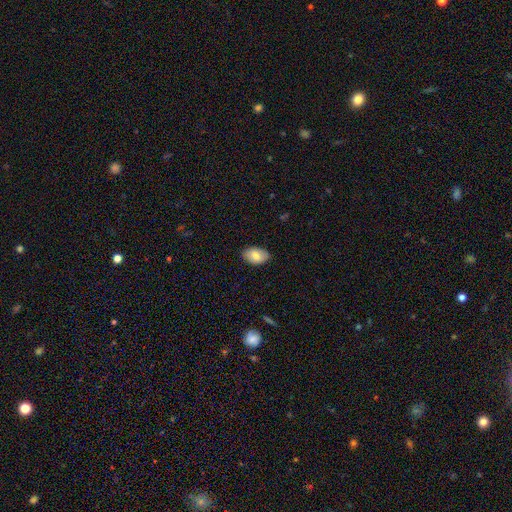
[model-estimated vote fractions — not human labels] Smooth or featured: smooth — 78% (featured or disk — 15%)
How rounded: in between — 89% (round — 9%)
Merging: none — 84% (minor disturbance — 13%)